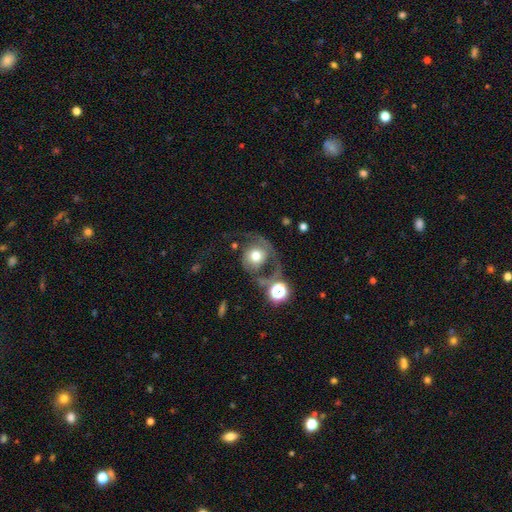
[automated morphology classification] Smooth or featured?
  - featured or disk: 50% *
  - smooth: 40%
  - star or artifact: 10%
Merging?
  - major disturbance: 42% *
  - none: 31%
  - minor disturbance: 16%
  - merger: 10%